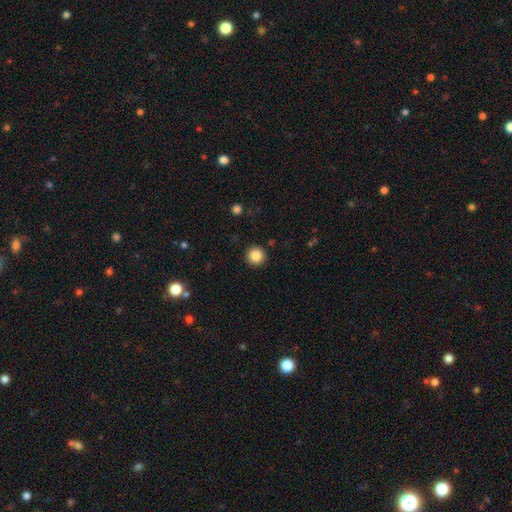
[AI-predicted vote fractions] smooth-or-featured: smooth: 85% | star or artifact: 10% | featured or disk: 5%
  how-rounded: round: 96% | in between: 3% | cigar-shaped: 1%
  merging: none: 92% | minor disturbance: 5% | major disturbance: 2% | merger: 1%